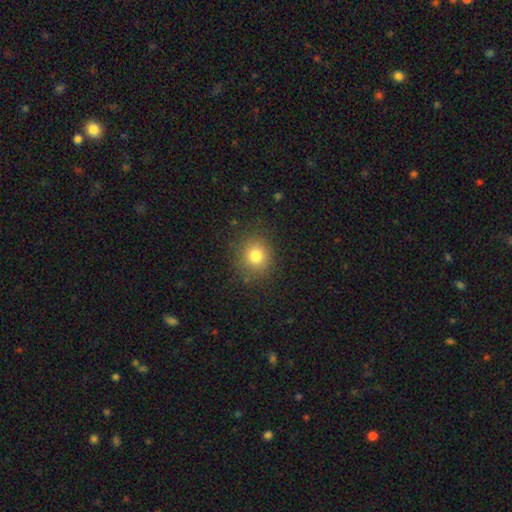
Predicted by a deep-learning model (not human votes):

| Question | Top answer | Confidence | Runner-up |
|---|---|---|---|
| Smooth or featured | smooth | 79% | star or artifact (13%) |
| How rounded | round | 86% | in between (13%) |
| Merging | none | 86% | minor disturbance (9%) |